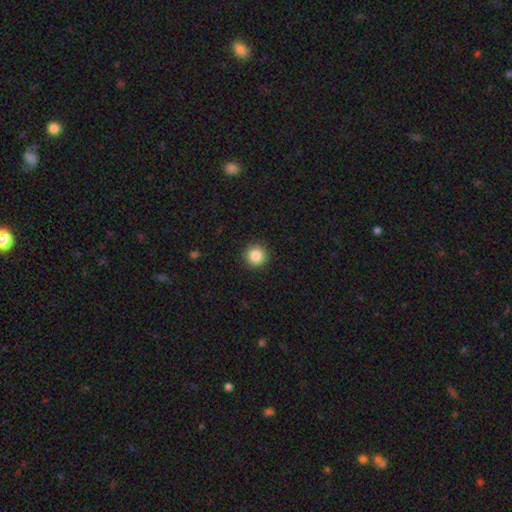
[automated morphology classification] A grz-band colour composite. It shows a smooth galaxy with no disk features (86%) that is round (96%). Merging: none (92%).